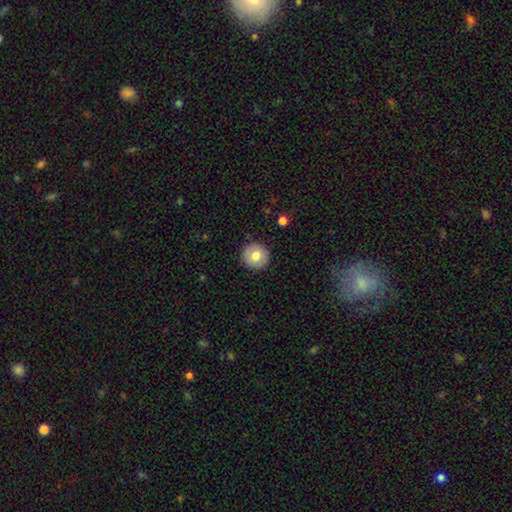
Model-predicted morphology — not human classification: type=smooth (78%); roundness=round (94%); merging=none (91%).